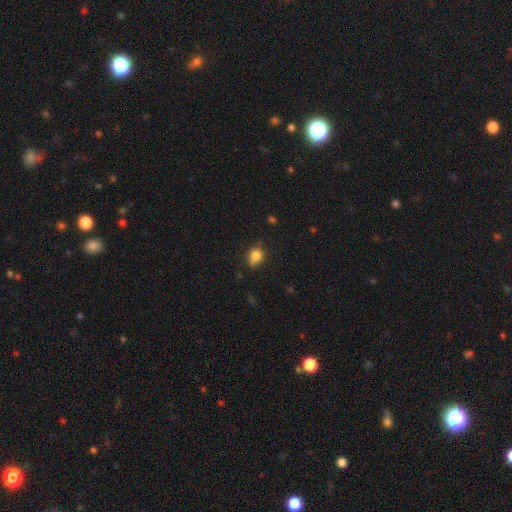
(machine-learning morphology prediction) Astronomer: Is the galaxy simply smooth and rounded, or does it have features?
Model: smooth — 81%.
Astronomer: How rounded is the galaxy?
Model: round — 56% (runner-up: in between, 43%).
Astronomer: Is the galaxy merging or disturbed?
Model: none — 56% (runner-up: minor disturbance, 32%).